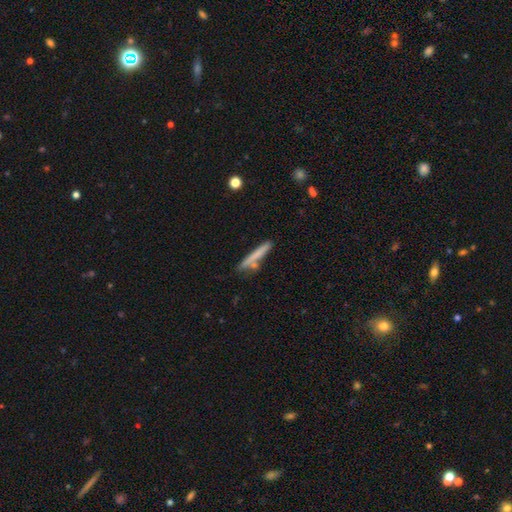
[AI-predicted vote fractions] smooth_or_featured: smooth (p=0.68) [alt: featured or disk p=0.25]
how_rounded: cigar-shaped (p=0.94) [alt: in between p=0.04]
merging: none (p=0.72) [alt: minor disturbance p=0.15]